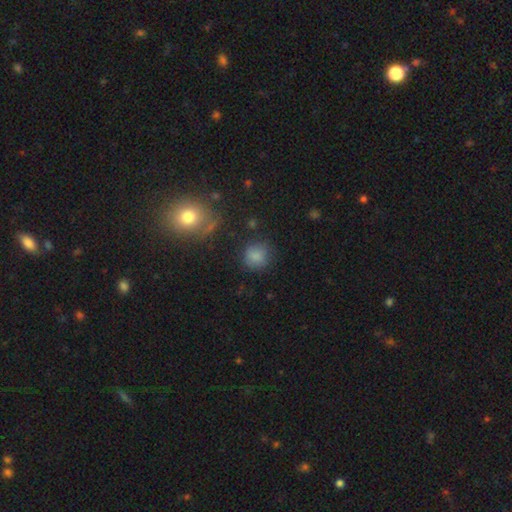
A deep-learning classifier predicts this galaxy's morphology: type=smooth (81%); roundness=round (85%); merging=none (79%).